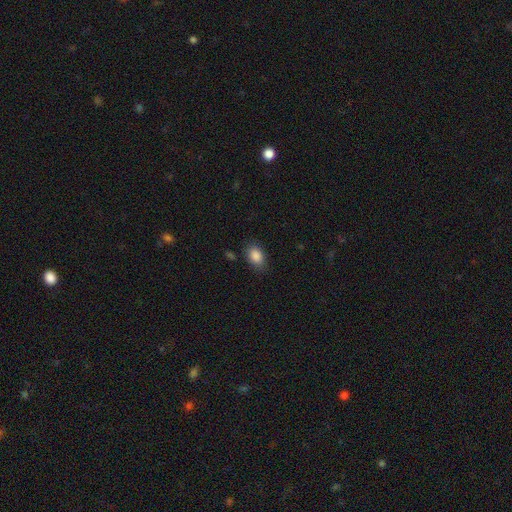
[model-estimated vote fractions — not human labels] The model was most divided on "how rounded": in between: 81%, round: 18%, cigar-shaped: 1%. More confident: smooth or featured — smooth (87%); merging — none (79%).